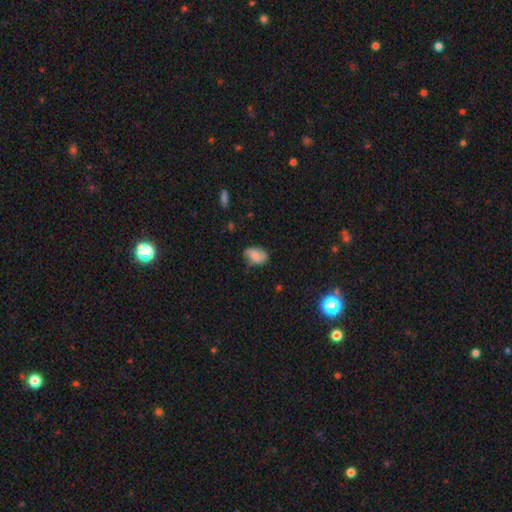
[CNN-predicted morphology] Smooth or featured? smooth (69%)
How rounded? in between (86%)
Merging? none (63%)